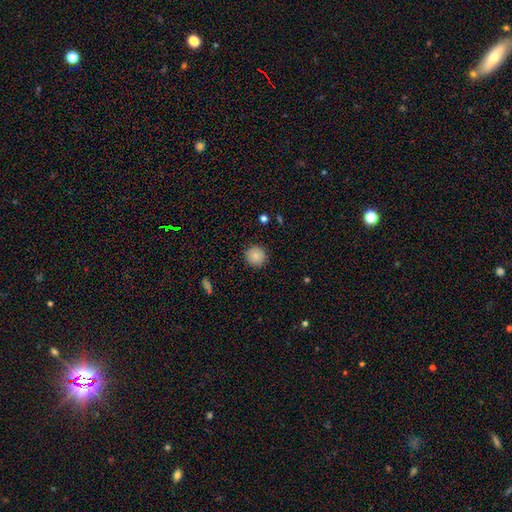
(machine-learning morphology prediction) A smooth galaxy with no disk features (86%) that is round (93%).

Vote fractions:
- Smooth or featured? smooth: 86% / star or artifact: 9% / featured or disk: 5%
- How rounded? round: 93% / in between: 6% / cigar-shaped: 1%
- Merging? none: 90% / minor disturbance: 7% / major disturbance: 2% / merger: 1%